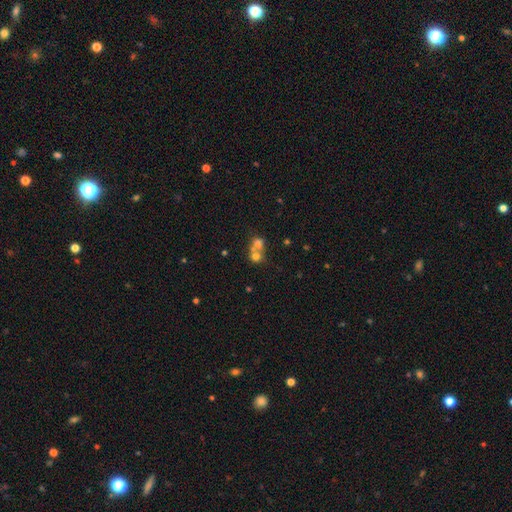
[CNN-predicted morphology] Smooth or featured? smooth (67%)
How rounded? round (79%)
Merging? merger (61%)